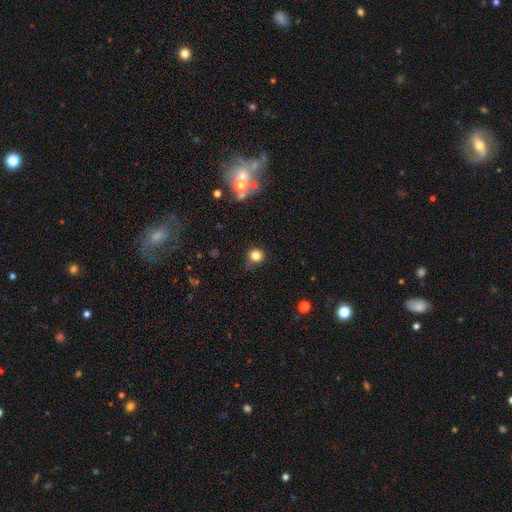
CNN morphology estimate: Q: Smooth or featured?
A: smooth (80%); runner-up: star or artifact (14%)
Q: How rounded?
A: round (91%); runner-up: in between (8%)
Q: Merging?
A: none (72%); runner-up: minor disturbance (19%)